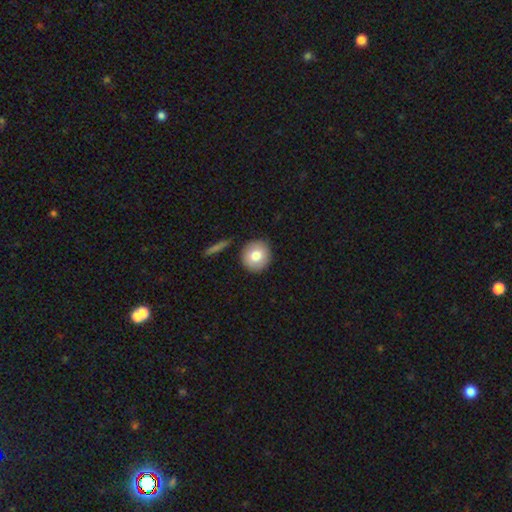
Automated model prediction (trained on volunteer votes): Smooth or featured? Predicted: smooth (p=0.79). How rounded? Predicted: round (p=0.90). Merging? Predicted: none (p=0.87).